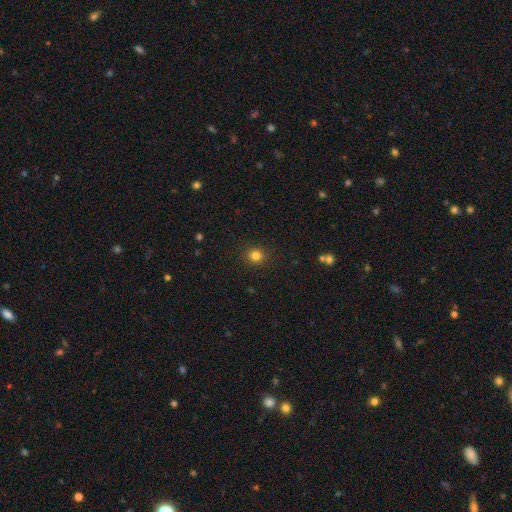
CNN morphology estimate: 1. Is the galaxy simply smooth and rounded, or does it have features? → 82% smooth, 13% star or artifact, 5% featured or disk.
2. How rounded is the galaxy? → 89% round, 10% in between, 1% cigar-shaped.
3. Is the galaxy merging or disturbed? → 91% none, 6% minor disturbance, 2% major disturbance, 1% merger.